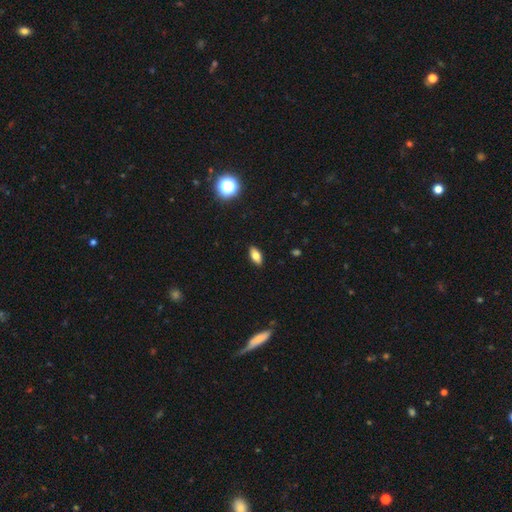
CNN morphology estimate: A smooth galaxy with no disk features (76%) that is in between round and cigar-shaped (88%).

Vote fractions:
- Smooth or featured? smooth: 76% / featured or disk: 15% / star or artifact: 9%
- How rounded? in between: 88% / cigar-shaped: 8% / round: 4%
- Merging? none: 90% / minor disturbance: 7% / major disturbance: 2% / merger: 1%